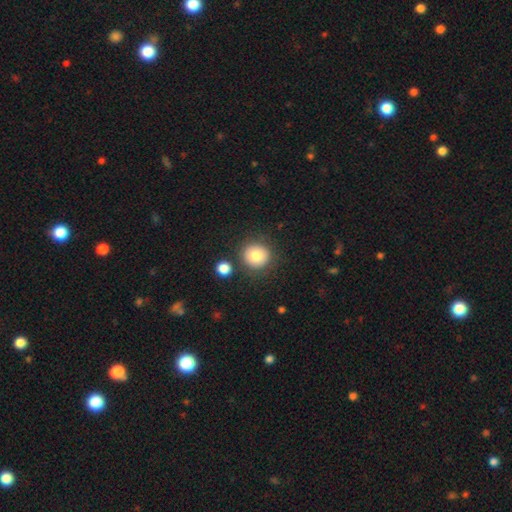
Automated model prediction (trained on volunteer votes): A smooth galaxy with no disk features (79%) that is round (92%). Merging: none (83%).